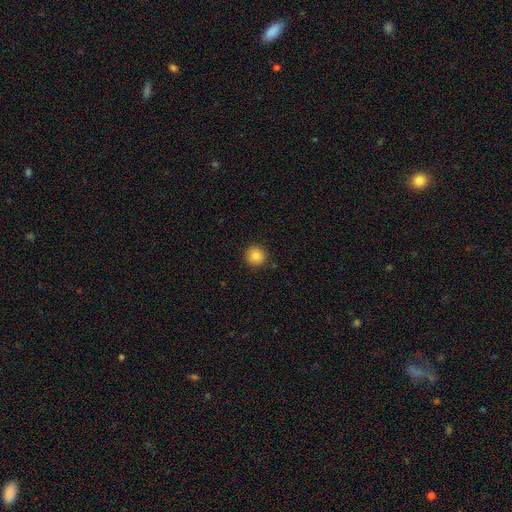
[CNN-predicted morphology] smooth 84%, star or artifact 10%, featured or disk 7%. Down the decision tree: how rounded — round (94%); merging — none (91%).